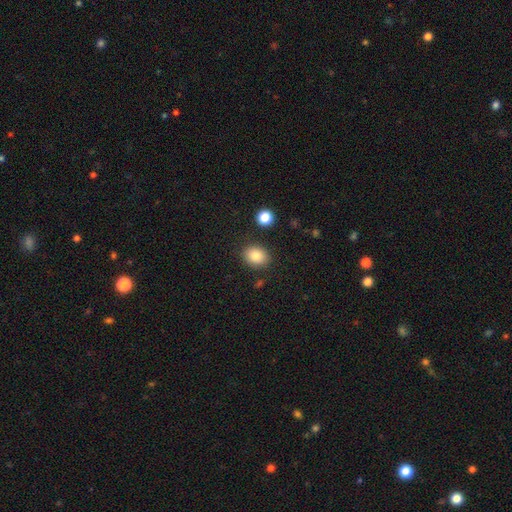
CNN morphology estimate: smooth-or-featured: smooth: 84% | star or artifact: 9% | featured or disk: 7%
  how-rounded: round: 51% | in between: 48% | cigar-shaped: 1%
  merging: none: 86% | minor disturbance: 9% | merger: 3% | major disturbance: 2%